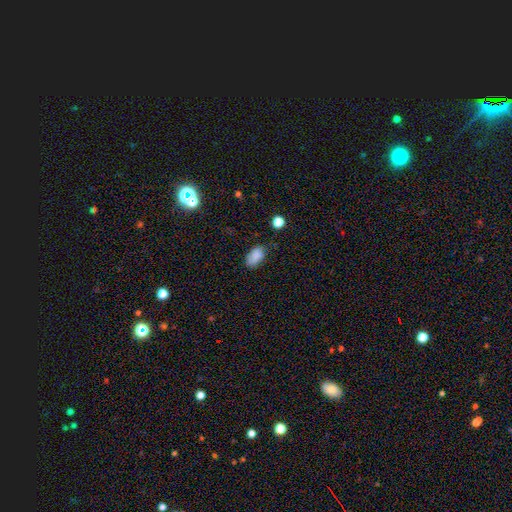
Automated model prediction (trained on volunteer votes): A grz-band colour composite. It shows a smooth galaxy with no disk features (83%) that is in between round and cigar-shaped (91%). Merging: none (67%).